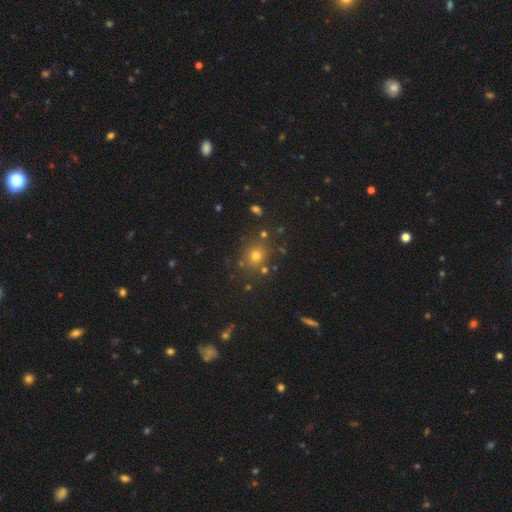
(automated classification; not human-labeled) A smooth galaxy with no disk features (68%) that is round (83%). Merging: none (81%).